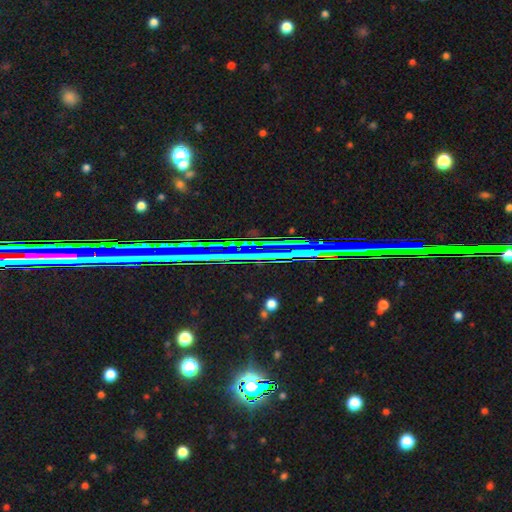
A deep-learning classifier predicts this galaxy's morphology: The model was most divided on "smooth or featured": star or artifact: 76%, featured or disk: 14%, smooth: 10%.